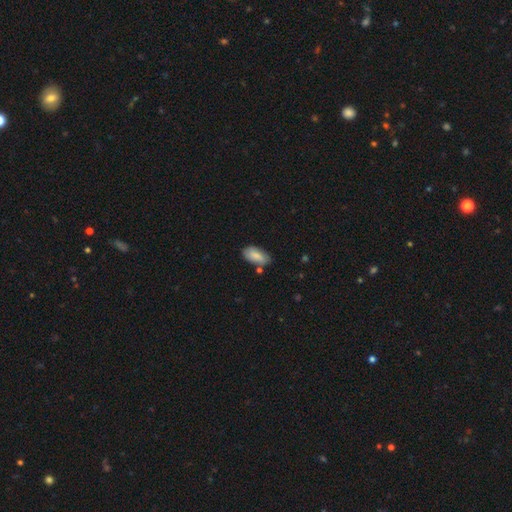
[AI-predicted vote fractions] Morphology: type=smooth (83%); roundness=in between (91%); merging=none (70%).